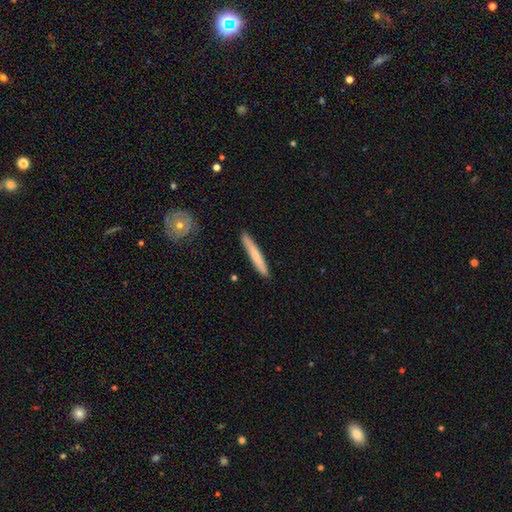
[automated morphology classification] smooth_or_featured: smooth (p=0.69) [alt: featured or disk p=0.26]
how_rounded: cigar-shaped (p=0.96) [alt: in between p=0.03]
merging: none (p=0.90) [alt: minor disturbance p=0.07]